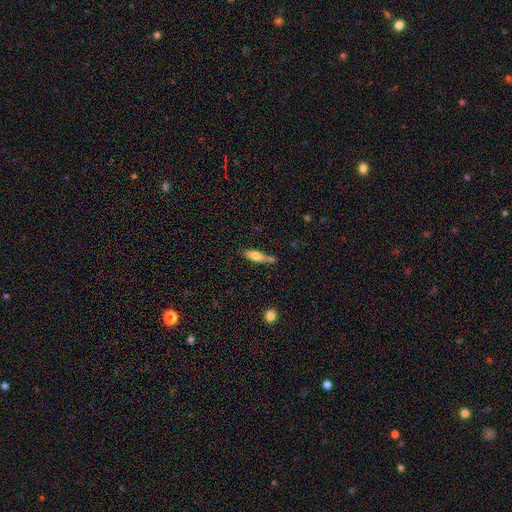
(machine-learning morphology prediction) This appears to be a smooth galaxy with no disk features (67%) that is cigar-shaped (52%). Merging: none (57%).